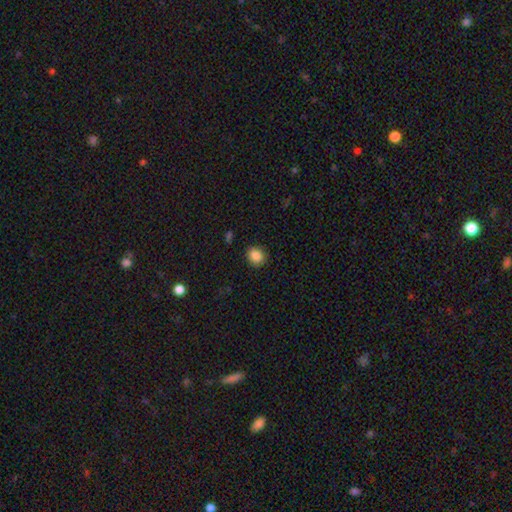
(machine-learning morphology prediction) A smooth galaxy with no disk features (86%) that is round (74%). Merging: none (89%).